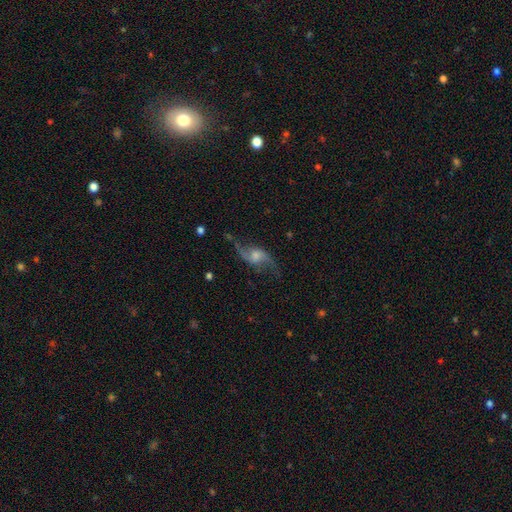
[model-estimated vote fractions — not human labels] Morphology: type=featured or disk (84%); edge-on=no (94%); bar=no (55%); spiral arms=yes (95%); winding=loose (86%); arm count=2 (93%); bulge=moderate (41%); merging=none (70%).